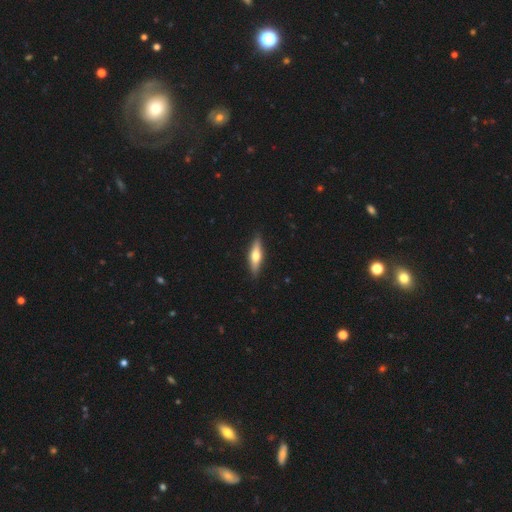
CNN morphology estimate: The model was most divided on "smooth or featured": smooth: 51%, featured or disk: 44%, star or artifact: 5%. More confident: merging — none (89%); how rounded — cigar-shaped (67%).